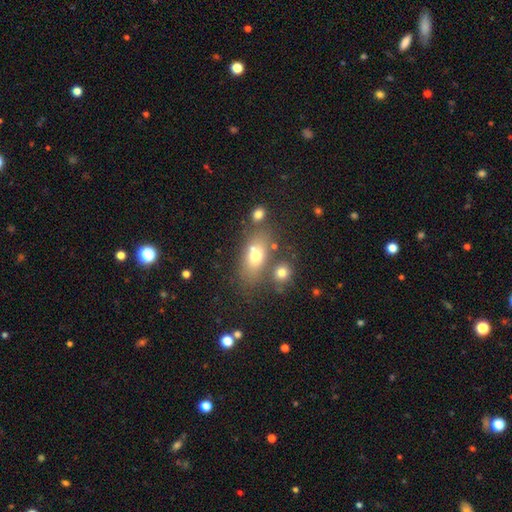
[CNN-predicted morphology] Smooth or featured?
  - smooth: 67% *
  - featured or disk: 20%
  - star or artifact: 12%
How rounded?
  - in between: 75% *
  - round: 18%
  - cigar-shaped: 7%
Merging?
  - none: 55% *
  - merger: 25%
  - minor disturbance: 13%
  - major disturbance: 7%